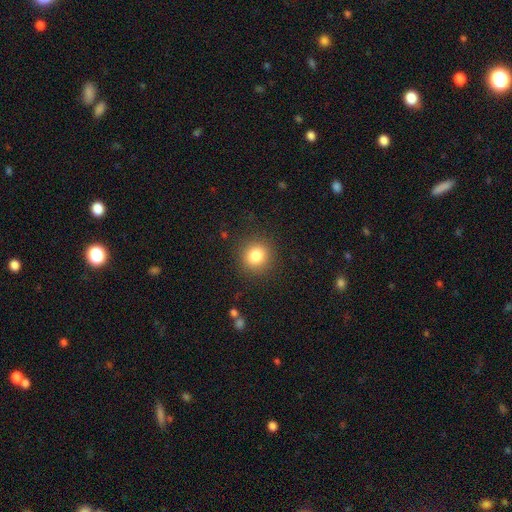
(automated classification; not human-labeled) Overall: smooth (82%). How rounded: round (89%). Merging: none (89%).